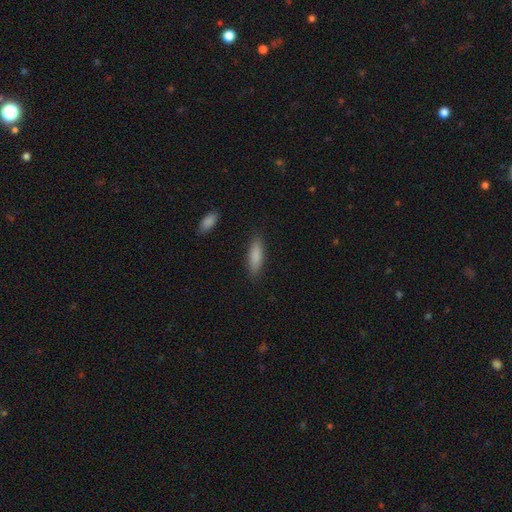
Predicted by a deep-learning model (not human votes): smooth 85%, featured or disk 9%, star or artifact 6%. Down the decision tree: how rounded — cigar-shaped (54%); merging — none (87%).